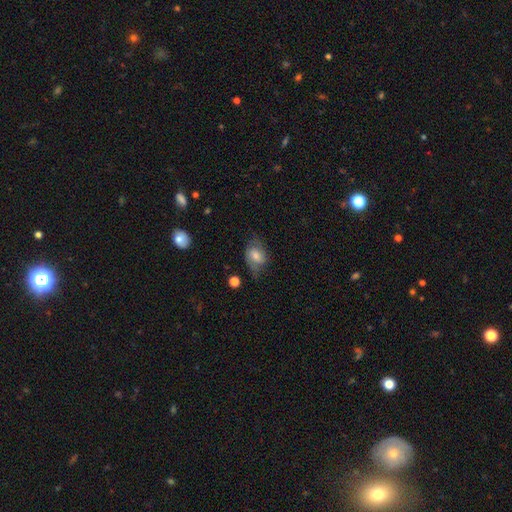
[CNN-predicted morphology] featured or disk 49%, smooth 42%, star or artifact 9%. Down the decision tree: merging — none (59%).